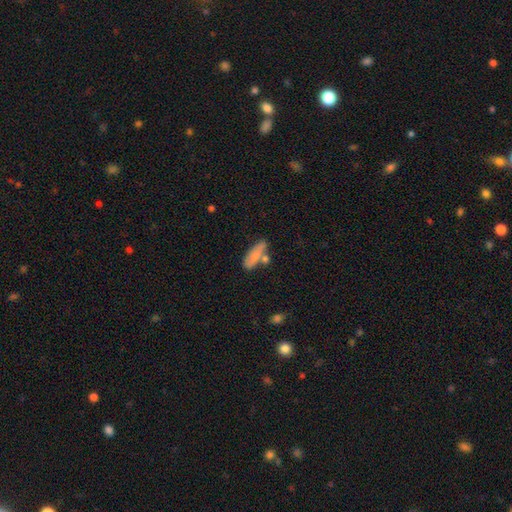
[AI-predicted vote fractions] This is likely a smooth galaxy (77%). How rounded: possibly in between (58%). Merging: possibly none (55%).